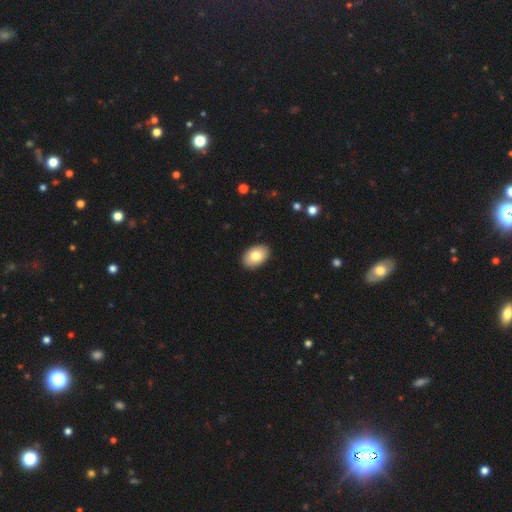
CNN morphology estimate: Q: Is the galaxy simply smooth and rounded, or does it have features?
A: smooth — 80%.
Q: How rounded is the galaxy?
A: in between — 89%.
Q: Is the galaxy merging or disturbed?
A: none — 90%.